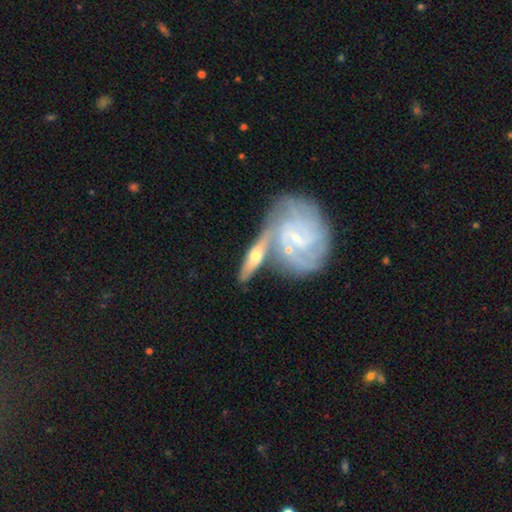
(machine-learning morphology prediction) This is likely a featured or disk galaxy (69%). It is likely not viewed edge-on (62%). Merging: possibly merger (45%).